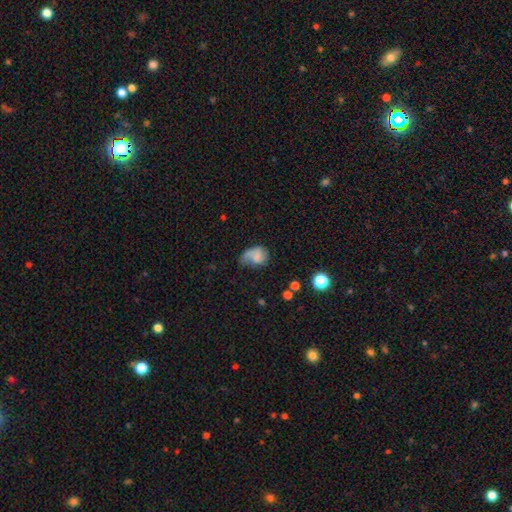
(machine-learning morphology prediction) A smooth galaxy with no disk features (60%) that is in between round and cigar-shaped (72%). Merging: minor disturbance (35%).